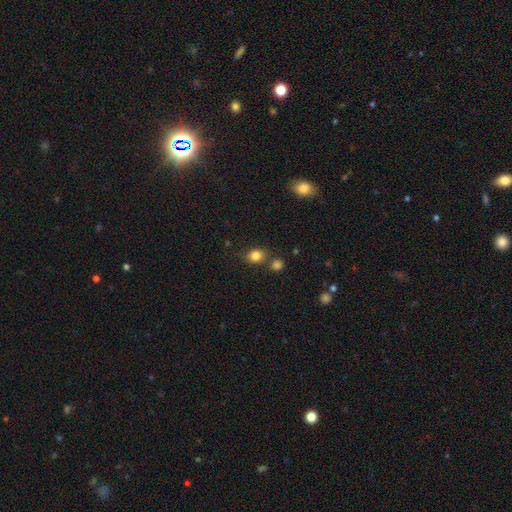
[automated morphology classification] smooth-or-featured: smooth: 82% | star or artifact: 11% | featured or disk: 6%
  how-rounded: round: 62% | in between: 37% | cigar-shaped: 1%
  merging: none: 70% | merger: 13% | minor disturbance: 13% | major disturbance: 4%